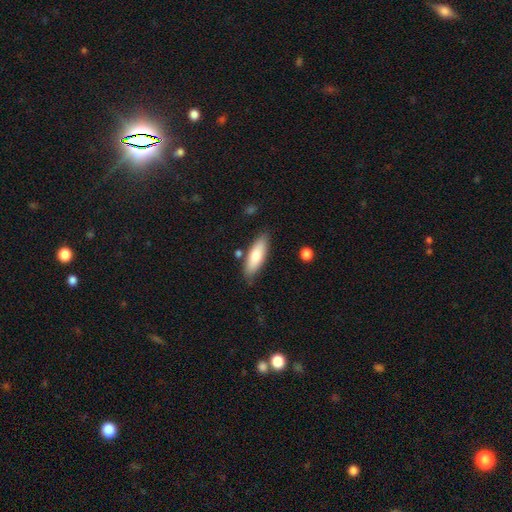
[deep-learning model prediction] Morphology: type=smooth (72%); roundness=in between (58%); merging=none (82%).